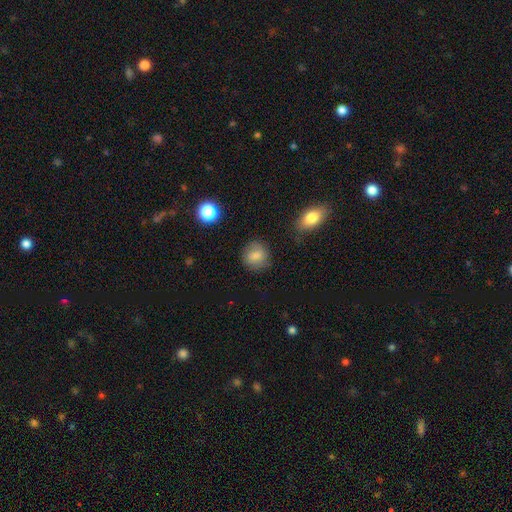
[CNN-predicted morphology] Smooth or featured?
  - smooth: 77% *
  - featured or disk: 13%
  - star or artifact: 10%
How rounded?
  - round: 86% *
  - in between: 13%
  - cigar-shaped: 1%
Merging?
  - none: 82% *
  - minor disturbance: 13%
  - major disturbance: 3%
  - merger: 2%